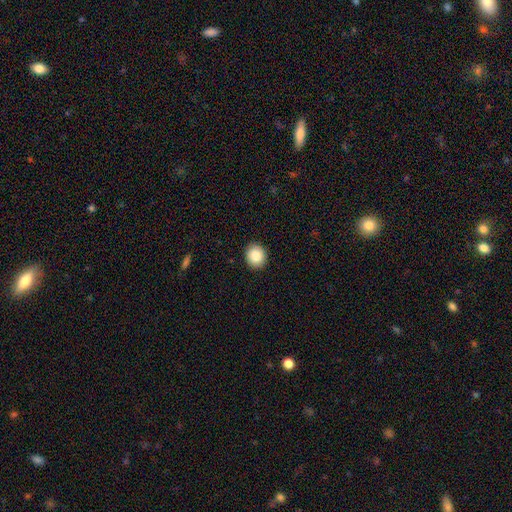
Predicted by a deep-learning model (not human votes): Smooth or featured?
  - smooth: 86% *
  - star or artifact: 8%
  - featured or disk: 6%
How rounded?
  - round: 74% *
  - in between: 25%
  - cigar-shaped: 1%
Merging?
  - none: 91% *
  - minor disturbance: 6%
  - major disturbance: 2%
  - merger: 1%